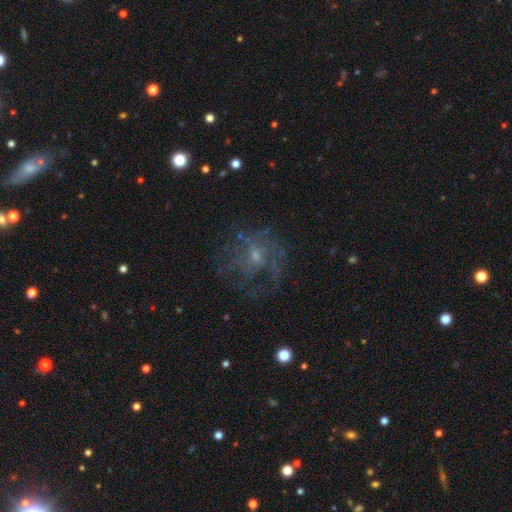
smooth-or-featured: featured or disk: 68% | smooth: 22% | star or artifact: 10%
  disk-edge-on: no: 100% | yes: 0%
    bar: no: 70% | weak: 30% | strong: 0%
    has-spiral-arms: yes: 52% | no: 48%
      spiral-winding: loose: 57% | medium: 29% | tight: 14%
      spiral-arm-count: can't tell: 50% | 1: 21% | 4: 14% | 3: 7% | more than 4: 7% | 2: 0%
    bulge-size: small: 74% | none: 15% | moderate: 11% | dominant: 0% | large: 0%
  merging: none: 56% | minor disturbance: 28% | major disturbance: 17% | merger: 0%